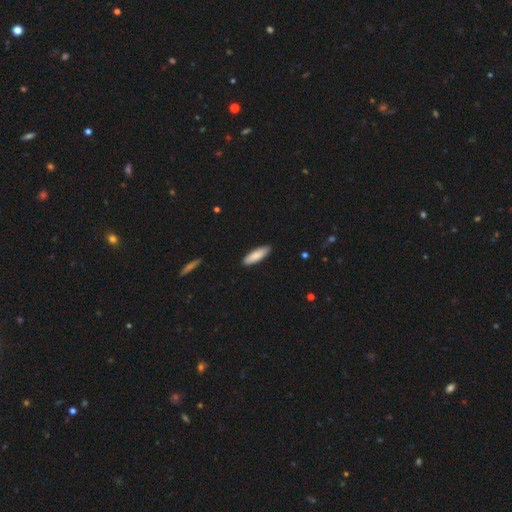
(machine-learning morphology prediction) Smooth or featured? Predicted: smooth (p=0.85). How rounded? Predicted: cigar-shaped (p=0.56). Merging? Predicted: none (p=0.90).